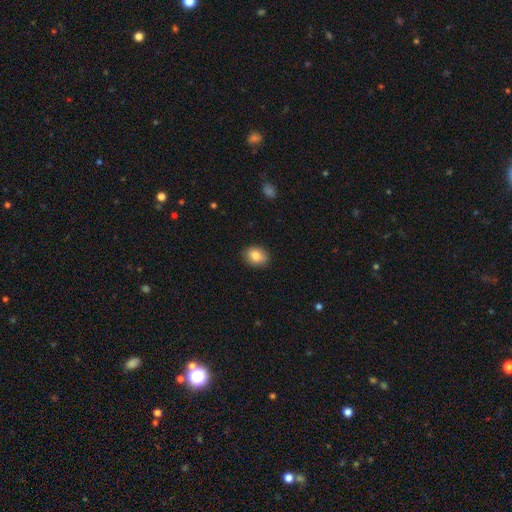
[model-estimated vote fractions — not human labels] This is clearly a smooth galaxy (84%). How rounded: likely in between (64%). Merging: clearly none (89%).